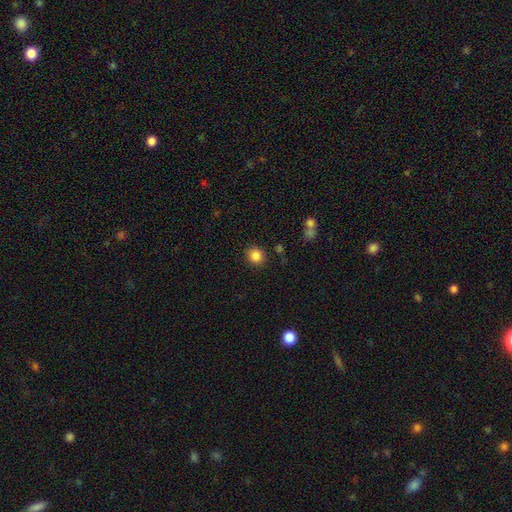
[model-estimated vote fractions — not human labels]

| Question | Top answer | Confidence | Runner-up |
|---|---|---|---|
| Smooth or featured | smooth | 86% | star or artifact (10%) |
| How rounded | round | 82% | in between (17%) |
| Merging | none | 86% | minor disturbance (8%) |